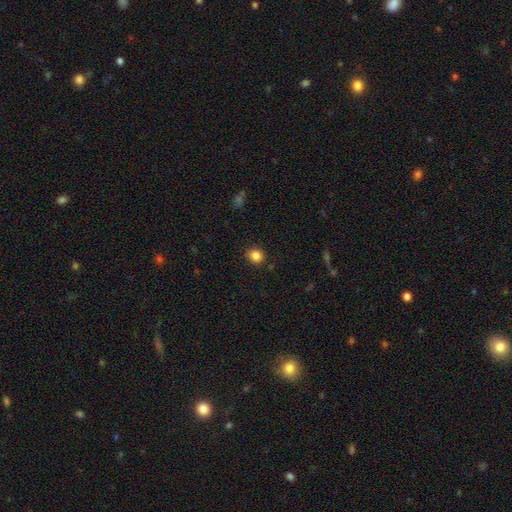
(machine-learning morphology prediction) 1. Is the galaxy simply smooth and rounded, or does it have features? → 85% smooth, 11% star or artifact, 4% featured or disk.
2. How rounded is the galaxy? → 81% round, 18% in between, 1% cigar-shaped.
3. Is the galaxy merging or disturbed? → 89% none, 7% minor disturbance, 2% major disturbance, 1% merger.